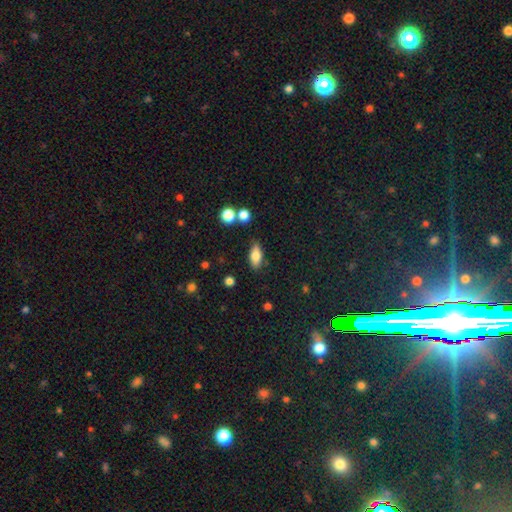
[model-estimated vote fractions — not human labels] Smooth or featured? Predicted: smooth (p=0.77). How rounded? Predicted: in between (p=0.80). Merging? Predicted: none (p=0.80).